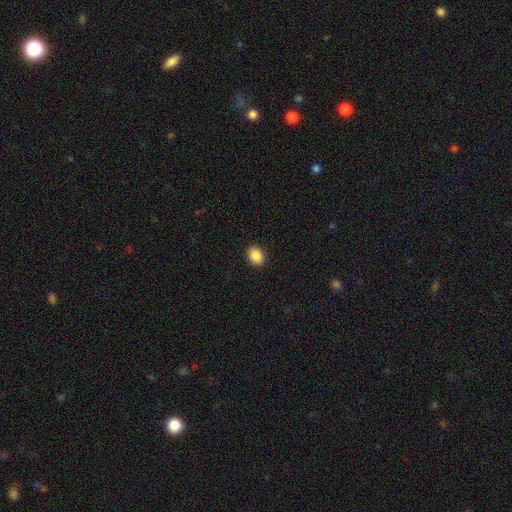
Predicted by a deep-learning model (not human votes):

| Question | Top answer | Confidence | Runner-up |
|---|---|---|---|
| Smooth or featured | smooth | 88% | star or artifact (8%) |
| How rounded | in between | 56% | round (43%) |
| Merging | none | 91% | minor disturbance (6%) |